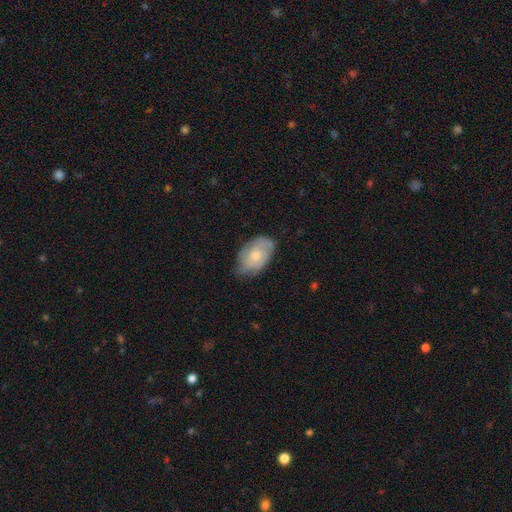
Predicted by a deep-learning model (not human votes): A featured or disk galaxy (52%). Merging: none (65%).